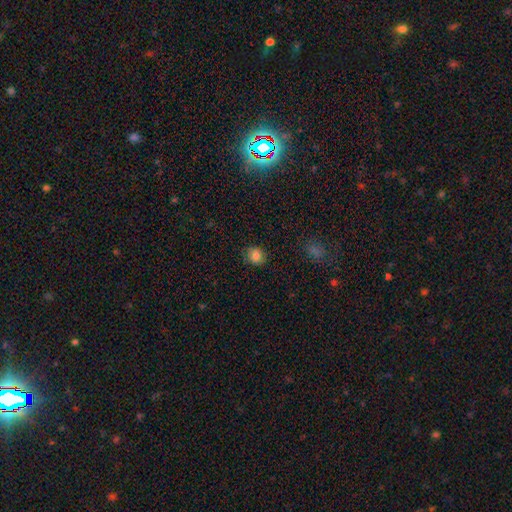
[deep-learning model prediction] smooth_or_featured: smooth (p=0.82) [alt: star or artifact p=0.11]
how_rounded: round (p=0.67) [alt: in between p=0.32]
merging: none (p=0.81) [alt: minor disturbance p=0.14]